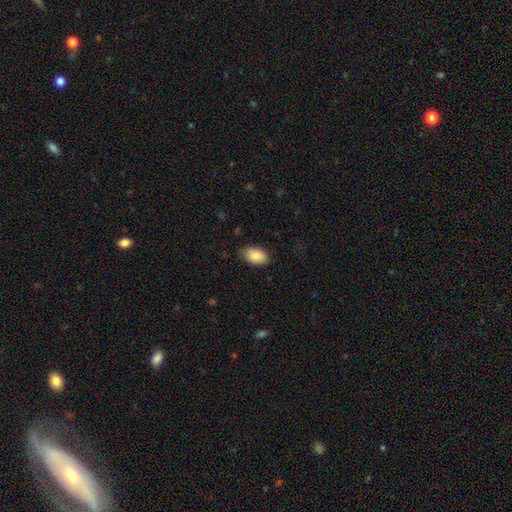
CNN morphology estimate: Q: Smooth or featured?
A: smooth (89%); runner-up: star or artifact (6%)
Q: How rounded?
A: in between (92%); runner-up: round (7%)
Q: Merging?
A: none (83%); runner-up: minor disturbance (13%)